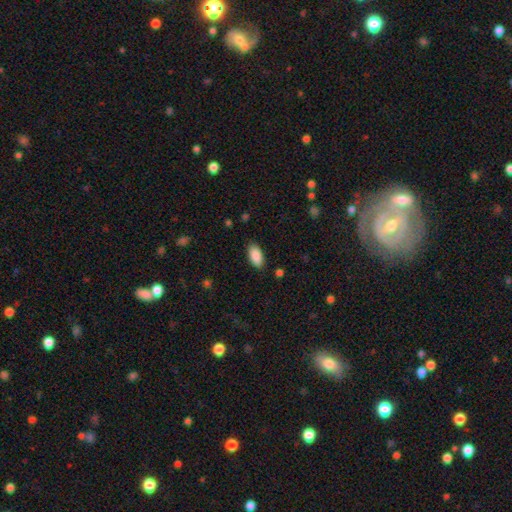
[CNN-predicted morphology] smooth_or_featured: smooth (p=0.89) [alt: star or artifact p=0.07]
how_rounded: in between (p=0.94) [alt: cigar-shaped p=0.04]
merging: none (p=0.86) [alt: minor disturbance p=0.10]